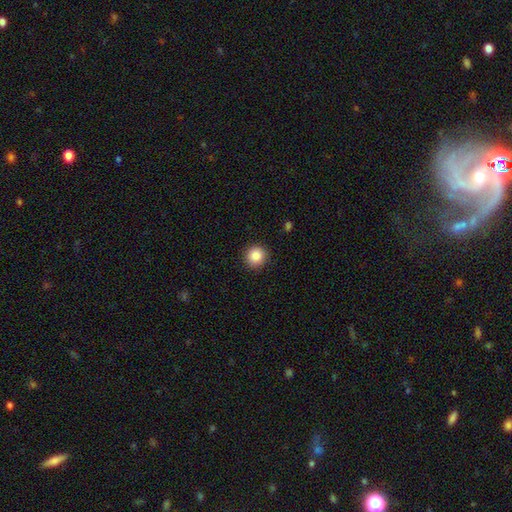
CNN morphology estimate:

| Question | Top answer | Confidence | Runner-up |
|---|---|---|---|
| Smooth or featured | smooth | 87% | star or artifact (9%) |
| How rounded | round | 93% | in between (6%) |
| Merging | none | 91% | minor disturbance (6%) |